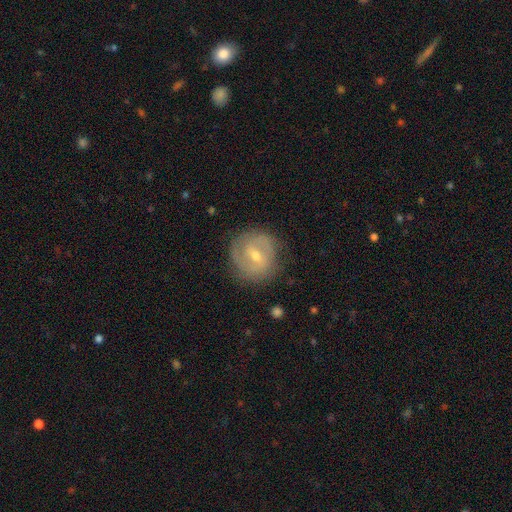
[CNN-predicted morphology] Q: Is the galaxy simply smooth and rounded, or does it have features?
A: featured or disk — 72%.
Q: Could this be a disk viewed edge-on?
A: no — 97%.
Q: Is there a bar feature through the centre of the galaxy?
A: weak — 55%.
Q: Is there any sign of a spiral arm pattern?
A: yes — 83%.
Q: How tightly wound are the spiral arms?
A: tight — 52%.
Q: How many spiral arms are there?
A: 2 — 59%.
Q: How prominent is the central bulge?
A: small — 49%.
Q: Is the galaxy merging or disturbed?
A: none — 79%.